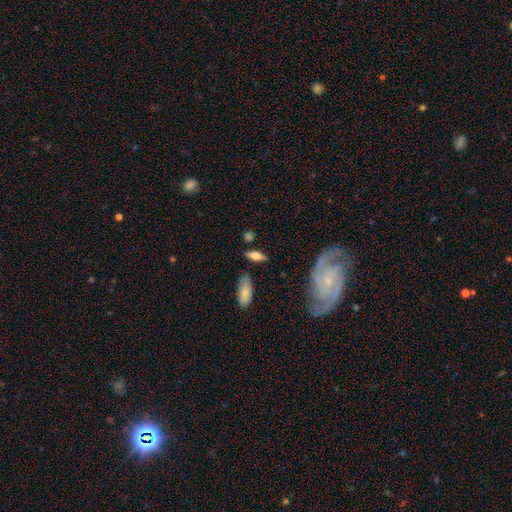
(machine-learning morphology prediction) This appears to be a smooth galaxy with no disk features (61%) that is in between round and cigar-shaped (66%). Merging: none (76%).